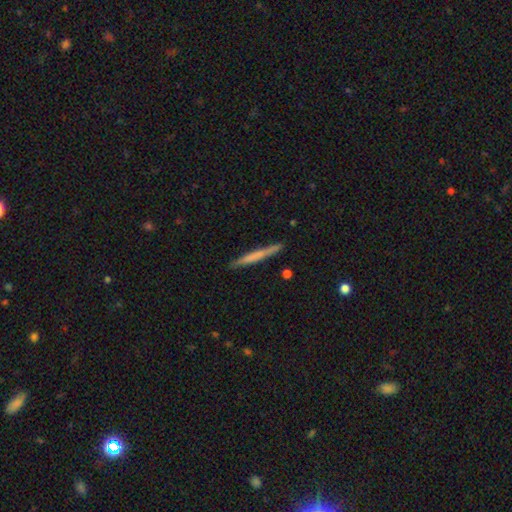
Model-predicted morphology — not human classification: type=smooth (56%); roundness=cigar-shaped (97%); merging=none (90%).